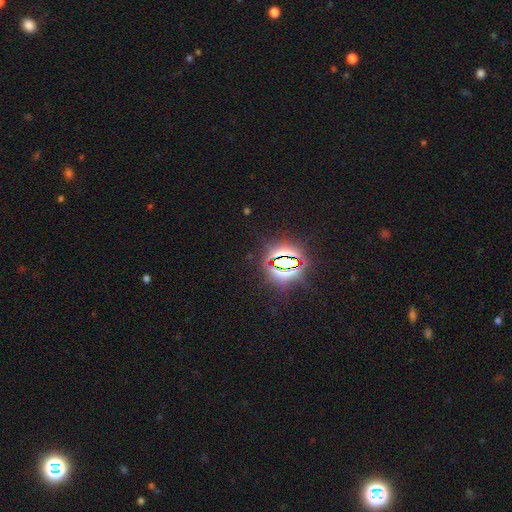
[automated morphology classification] Q: Smooth or featured?
A: star or artifact (84%); runner-up: smooth (10%)